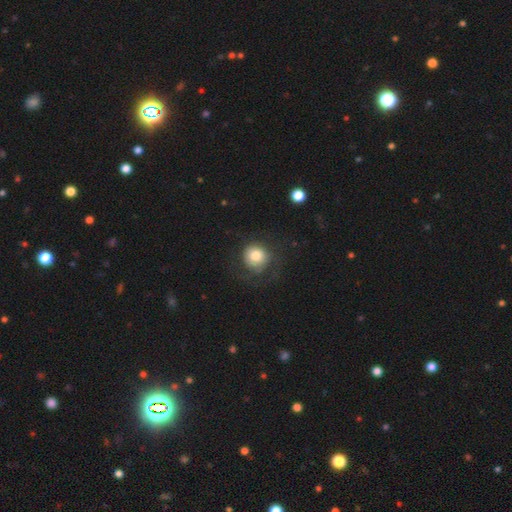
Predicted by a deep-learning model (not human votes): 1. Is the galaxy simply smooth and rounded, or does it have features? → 76% smooth, 15% featured or disk, 9% star or artifact.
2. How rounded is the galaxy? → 91% round, 8% in between, 1% cigar-shaped.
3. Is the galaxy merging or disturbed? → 64% none, 18% minor disturbance, 17% major disturbance, 2% merger.